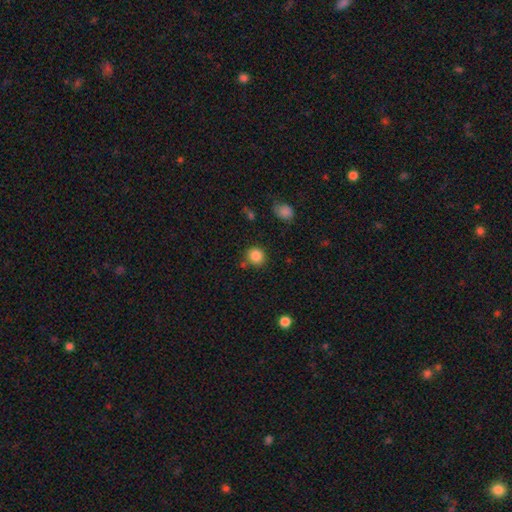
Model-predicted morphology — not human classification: Smooth or featured?
  - smooth: 86% *
  - star or artifact: 10%
  - featured or disk: 4%
How rounded?
  - round: 89% *
  - in between: 10%
  - cigar-shaped: 1%
Merging?
  - none: 79% *
  - minor disturbance: 11%
  - merger: 7%
  - major disturbance: 3%